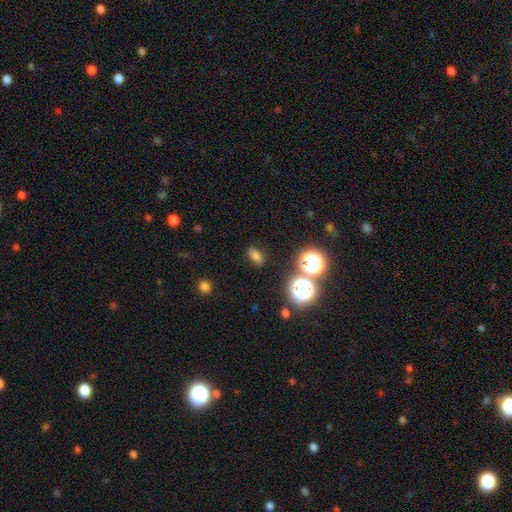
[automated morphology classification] smooth 70%, star or artifact 21%, featured or disk 9%. Down the decision tree: how rounded — in between (78%); merging — none (82%).